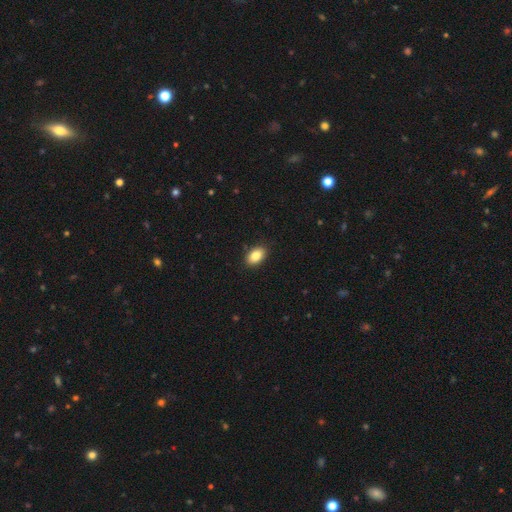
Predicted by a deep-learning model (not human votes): A smooth galaxy with no disk features (85%) that is in between round and cigar-shaped (90%).

Vote fractions:
- Smooth or featured? smooth: 85% / star or artifact: 8% / featured or disk: 7%
- How rounded? in between: 90% / round: 9% / cigar-shaped: 1%
- Merging? none: 89% / minor disturbance: 8% / major disturbance: 2% / merger: 1%